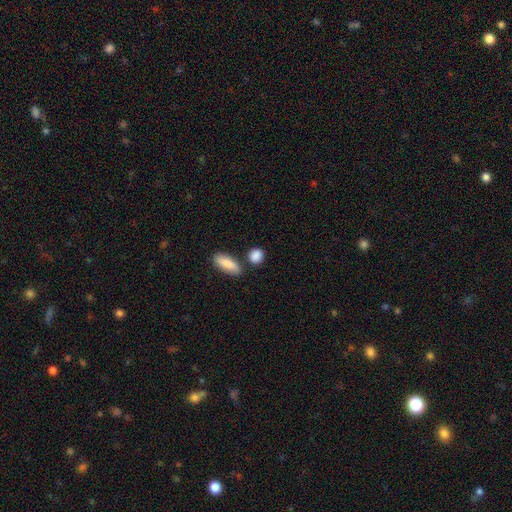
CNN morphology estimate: This is clearly a smooth galaxy (88%). How rounded: likely round (61%). Merging: likely none (73%).